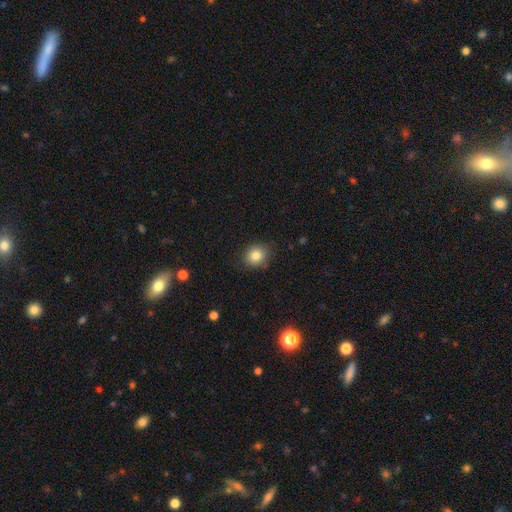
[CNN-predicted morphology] smooth 83%, star or artifact 10%, featured or disk 7%. Down the decision tree: how rounded — round (76%); merging — none (86%).